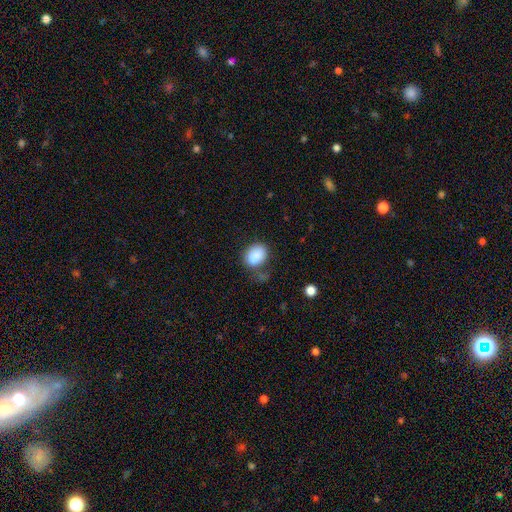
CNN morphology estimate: A smooth galaxy with no disk features (87%) that is in between round and cigar-shaped (59%). Merging: none (65%).